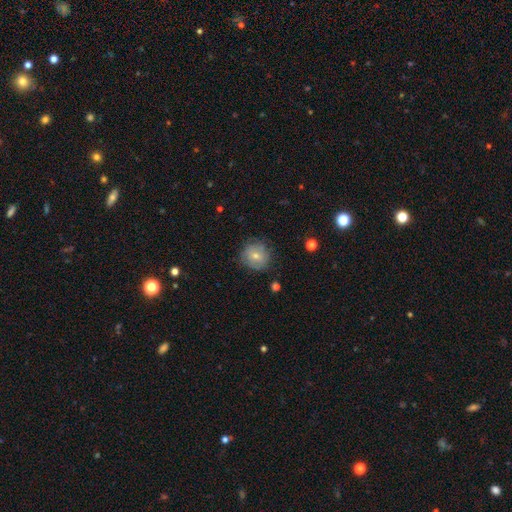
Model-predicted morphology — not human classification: Smooth or featured? smooth (68%)
How rounded? round (85%)
Merging? none (75%)